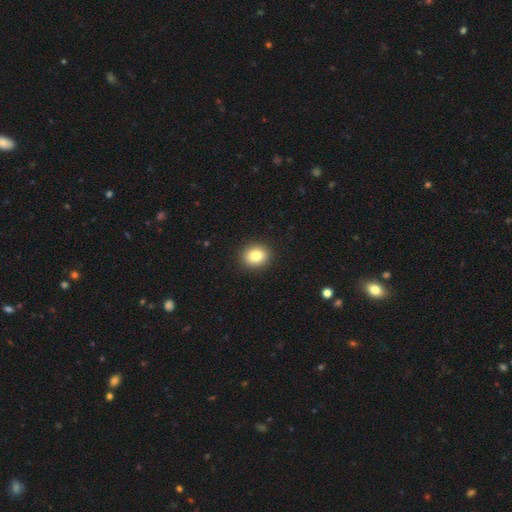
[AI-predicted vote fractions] smooth 83%, star or artifact 10%, featured or disk 7%. Down the decision tree: how rounded — round (71%); merging — none (92%).